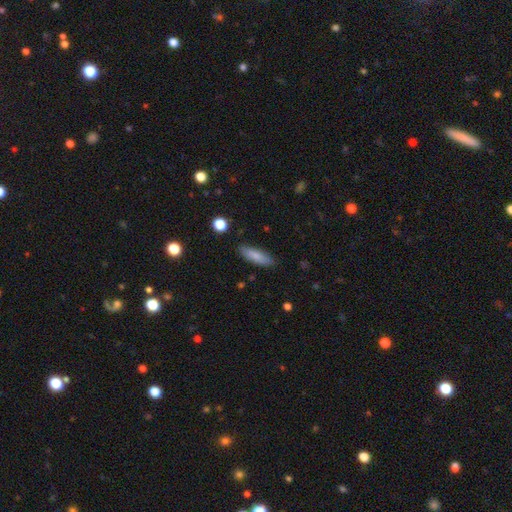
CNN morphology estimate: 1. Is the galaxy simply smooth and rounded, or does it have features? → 81% smooth, 13% featured or disk, 6% star or artifact.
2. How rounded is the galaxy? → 53% in between, 46% cigar-shaped, 2% round.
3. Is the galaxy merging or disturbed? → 85% none, 11% minor disturbance, 2% major disturbance, 1% merger.